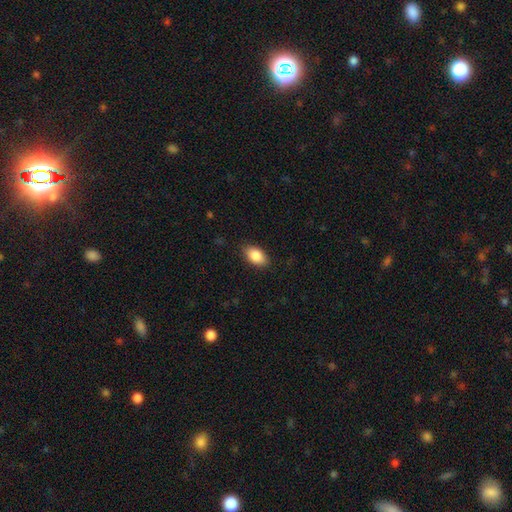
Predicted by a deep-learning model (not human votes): A smooth galaxy with no disk features (87%) that is in between round and cigar-shaped (92%). Merging: none (86%).